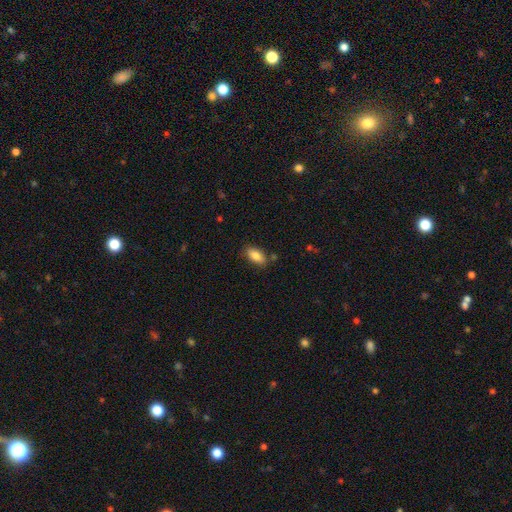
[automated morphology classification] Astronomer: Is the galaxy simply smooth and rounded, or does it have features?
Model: smooth — 85%.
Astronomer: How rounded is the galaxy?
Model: in between — 89%.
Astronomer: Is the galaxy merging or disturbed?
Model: none — 81%.